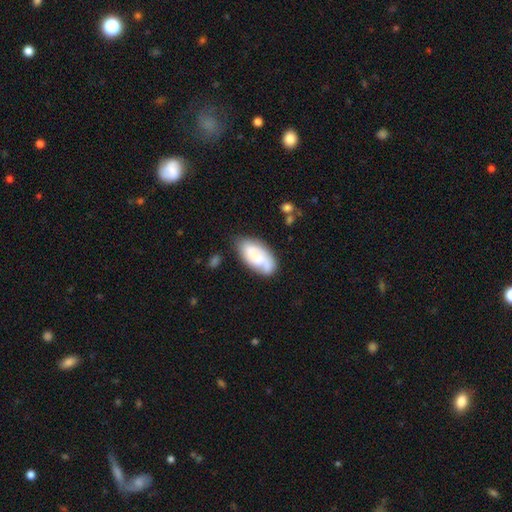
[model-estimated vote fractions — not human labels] This is possibly a smooth galaxy (56%). How rounded: clearly in between (92%). Merging: likely none (64%).